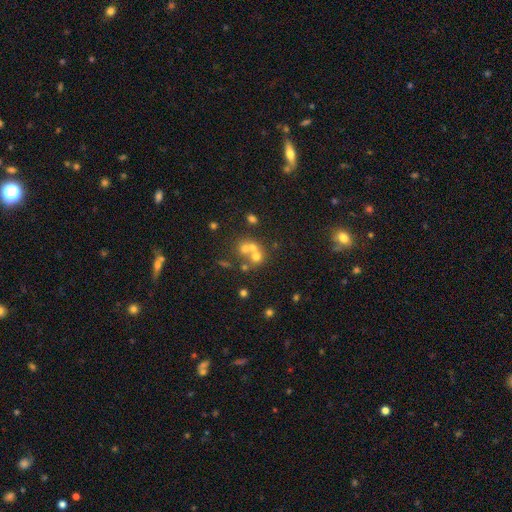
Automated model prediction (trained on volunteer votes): Morphology: type=smooth (46%); merging=merger (45%).